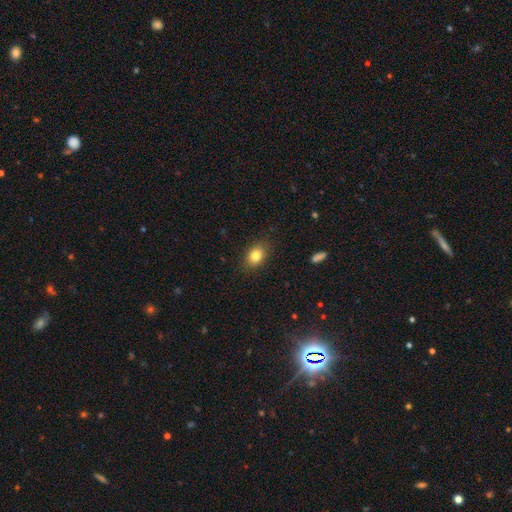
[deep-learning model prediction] Smooth or featured? smooth (82%)
How rounded? in between (74%)
Merging? none (86%)